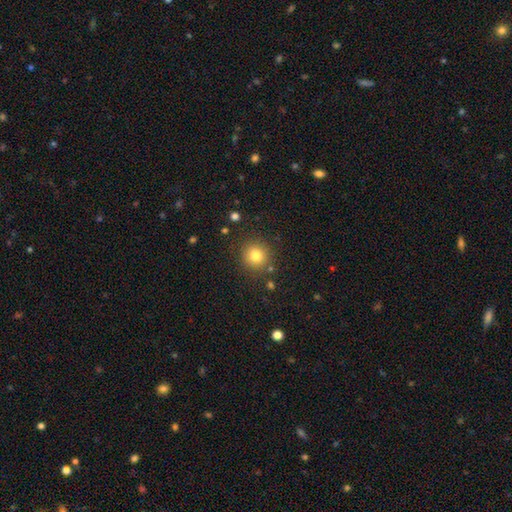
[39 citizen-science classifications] Volunteers were most divided on "merging": none: 86%, minor disturbance: 14%, major disturbance: 0%, merger: 0%. More confident: how rounded — round (100%); smooth or featured — smooth (87%).